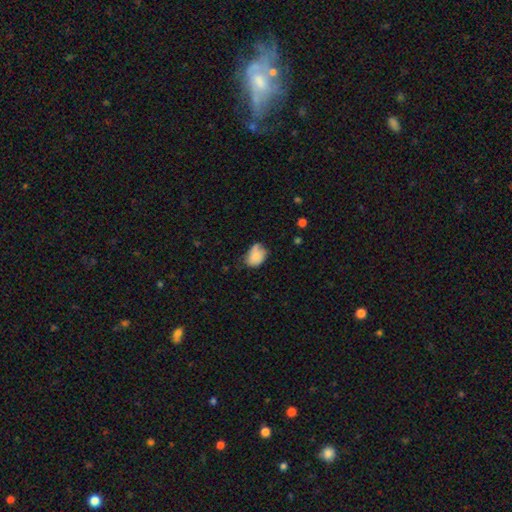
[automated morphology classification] The model was most divided on "merging": none: 44%, minor disturbance: 39%, major disturbance: 12%, merger: 5%. More confident: smooth or featured — smooth (78%); how rounded — in between (71%).